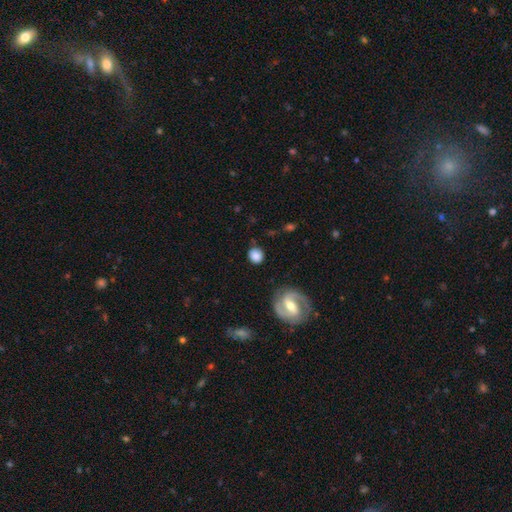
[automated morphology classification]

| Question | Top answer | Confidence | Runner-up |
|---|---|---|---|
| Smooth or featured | smooth | 75% | featured or disk (17%) |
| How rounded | round | 81% | in between (17%) |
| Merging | none | 79% | minor disturbance (14%) |